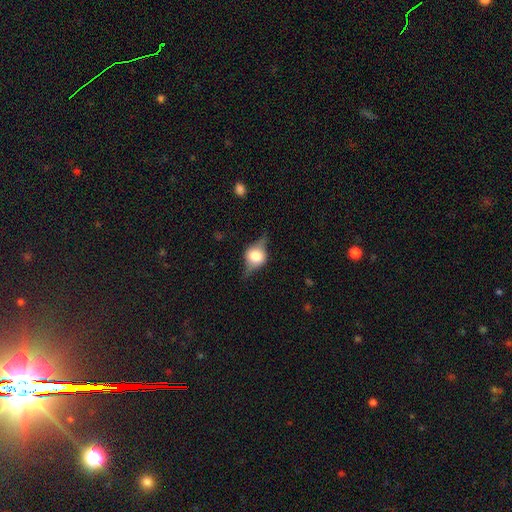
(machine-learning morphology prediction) Smooth or featured: featured or disk — 60% (smooth — 32%)
Edge-on disk: yes — 91% (no — 9%)
Edge-on bulge: rounded — 91% (boxy — 8%)
Merging: none — 69% (minor disturbance — 20%)